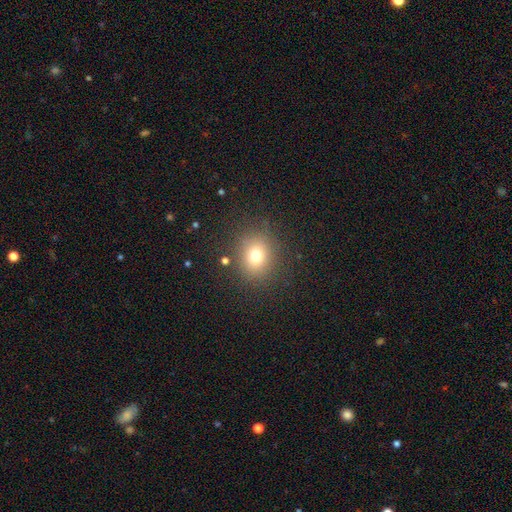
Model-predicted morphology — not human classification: smooth 72%, star or artifact 17%, featured or disk 11%. Down the decision tree: how rounded — round (76%); merging — none (85%).